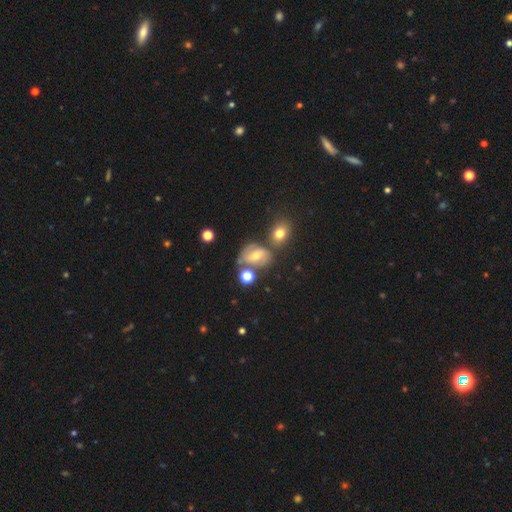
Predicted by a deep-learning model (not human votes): Smooth or featured? featured or disk (49%)
Merging? none (52%)